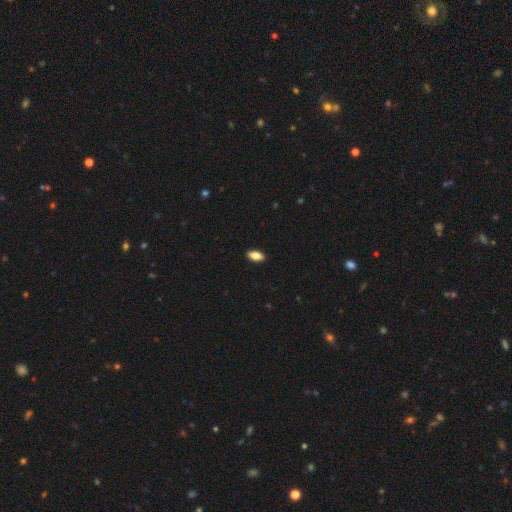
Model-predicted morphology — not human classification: smooth-or-featured: smooth: 82% | featured or disk: 11% | star or artifact: 7%
  how-rounded: in between: 89% | cigar-shaped: 8% | round: 3%
  merging: none: 90% | minor disturbance: 7% | major disturbance: 2% | merger: 1%